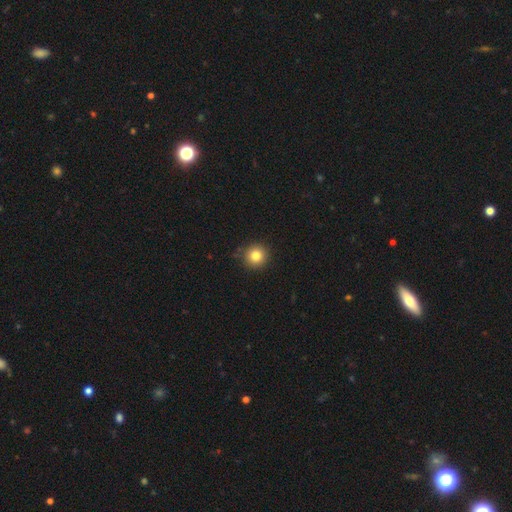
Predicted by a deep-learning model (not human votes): This appears to be a smooth galaxy with no disk features (83%) that is round (94%). Merging: none (87%).